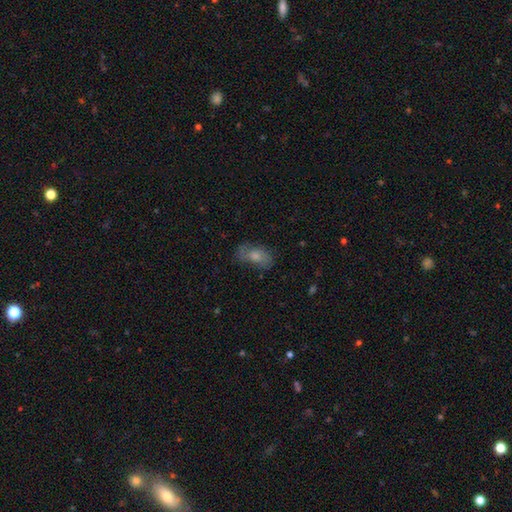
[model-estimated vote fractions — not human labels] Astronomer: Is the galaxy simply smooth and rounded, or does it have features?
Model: smooth — 59%.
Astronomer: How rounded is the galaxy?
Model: in between — 87%.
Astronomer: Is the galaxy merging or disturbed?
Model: none — 56%.